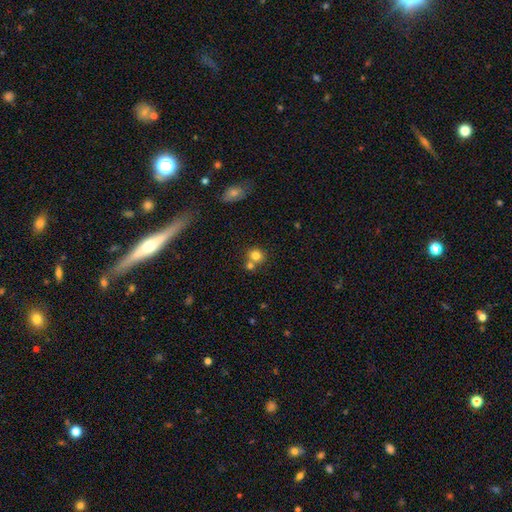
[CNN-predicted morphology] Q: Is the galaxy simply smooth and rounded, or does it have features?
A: smooth — 78%.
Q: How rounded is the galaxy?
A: round — 83%.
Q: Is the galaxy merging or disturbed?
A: none — 54%.